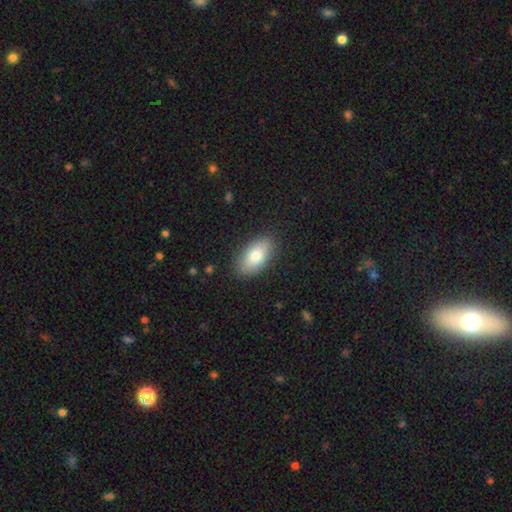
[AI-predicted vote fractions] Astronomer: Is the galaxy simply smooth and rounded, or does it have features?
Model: smooth — 81%.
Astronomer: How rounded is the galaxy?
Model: in between — 92%.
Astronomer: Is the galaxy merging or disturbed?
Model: none — 86%.